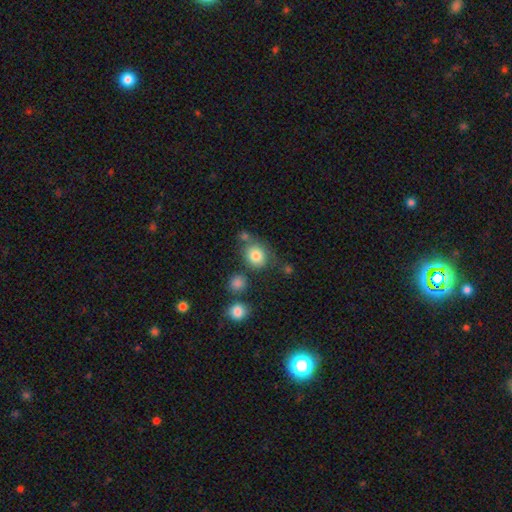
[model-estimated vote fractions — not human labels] smooth 81%, star or artifact 10%, featured or disk 9%. Down the decision tree: how rounded — round (72%); merging — none (64%).